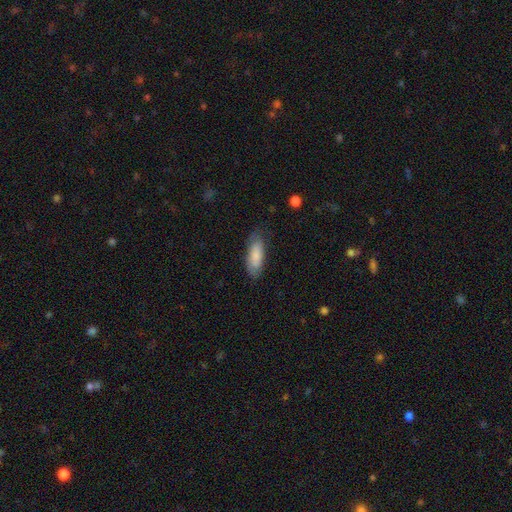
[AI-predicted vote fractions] smooth-or-featured: smooth: 82% | featured or disk: 12% | star or artifact: 6%
  how-rounded: in between: 73% | cigar-shaped: 25% | round: 2%
  merging: none: 74% | minor disturbance: 20% | major disturbance: 5% | merger: 1%